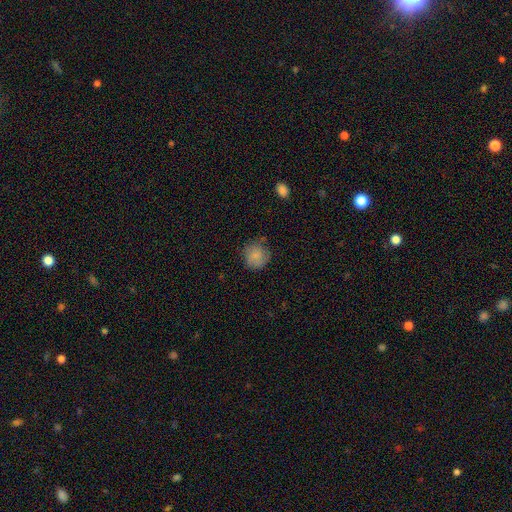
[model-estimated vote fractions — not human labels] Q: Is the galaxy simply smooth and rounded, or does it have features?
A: smooth — 81%.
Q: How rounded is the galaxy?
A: round — 89%.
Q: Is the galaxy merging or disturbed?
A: none — 69%.